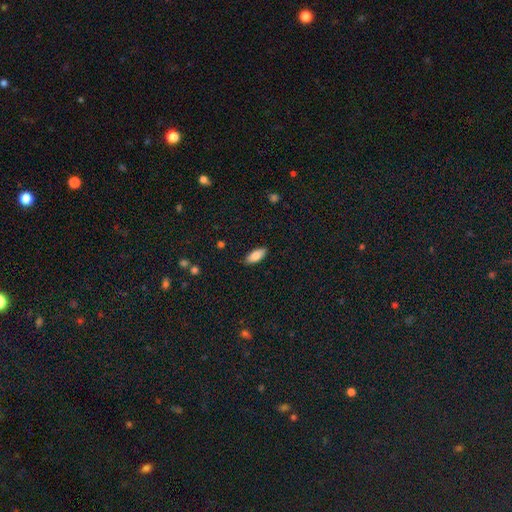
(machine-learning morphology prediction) Smooth or featured? smooth (81%)
How rounded? in between (84%)
Merging? none (88%)